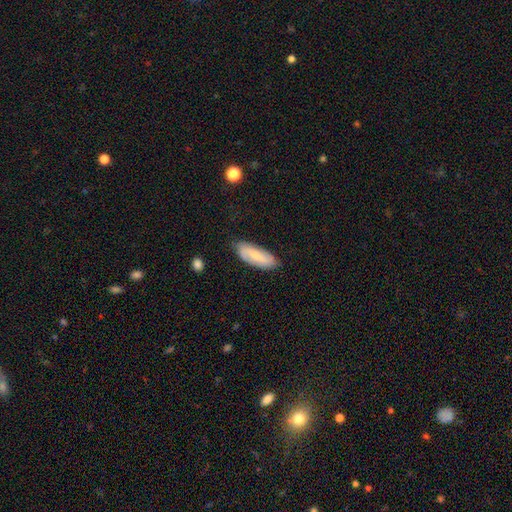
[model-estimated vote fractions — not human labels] The model was most divided on "smooth or featured": smooth: 54%, featured or disk: 39%, star or artifact: 6%. More confident: merging — none (79%); how rounded — in between (72%).